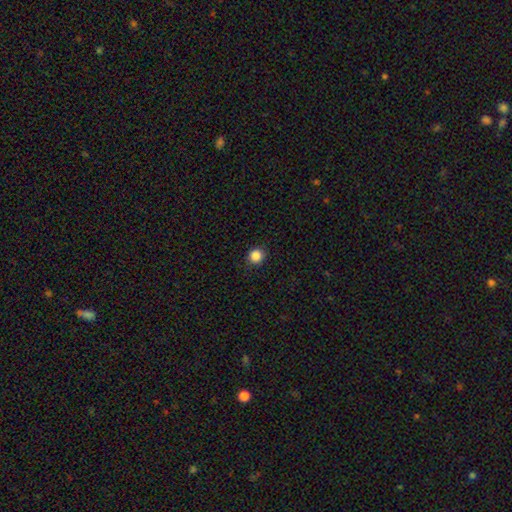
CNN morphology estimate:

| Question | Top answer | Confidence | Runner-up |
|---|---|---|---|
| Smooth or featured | smooth | 86% | star or artifact (11%) |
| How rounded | round | 90% | in between (9%) |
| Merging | none | 90% | minor disturbance (7%) |